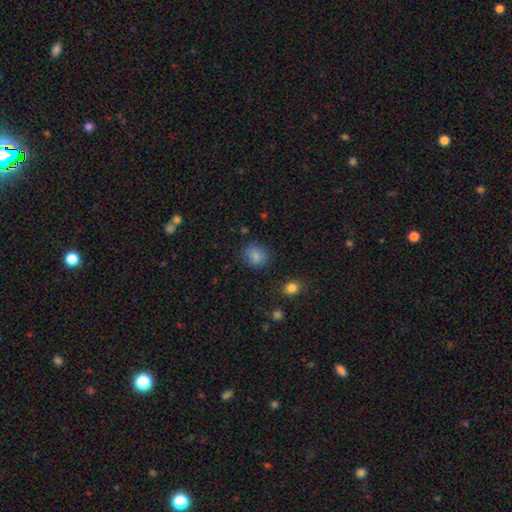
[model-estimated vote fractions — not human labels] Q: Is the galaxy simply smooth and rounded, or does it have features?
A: smooth — 84%.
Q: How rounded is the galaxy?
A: round — 69%.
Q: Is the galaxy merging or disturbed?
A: none — 81%.